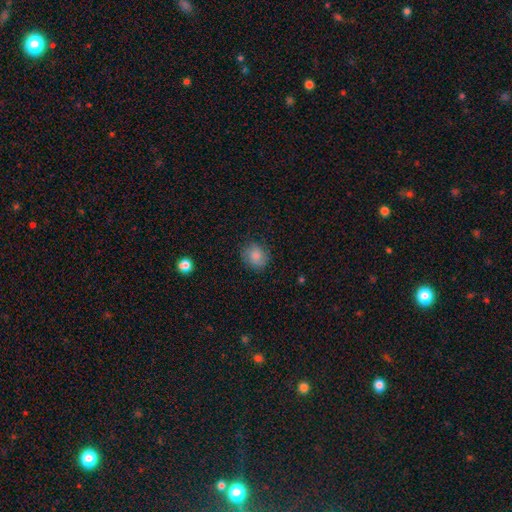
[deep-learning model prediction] This appears to be a smooth galaxy with no disk features (83%) that is round (74%). Merging: none (81%).